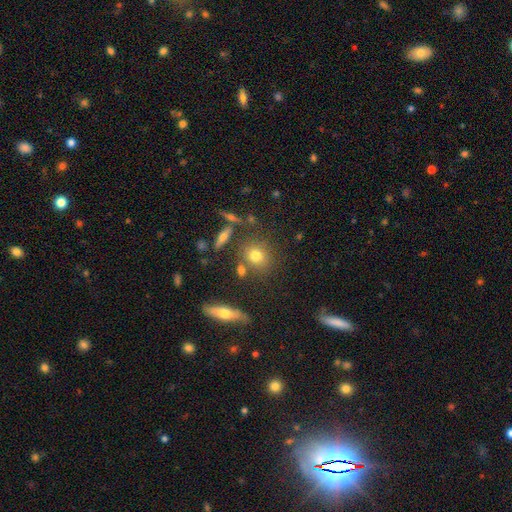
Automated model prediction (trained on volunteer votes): The model was most divided on "how rounded": round: 72%, in between: 25%, cigar-shaped: 3%. More confident: merging — none (73%); smooth or featured — smooth (72%).